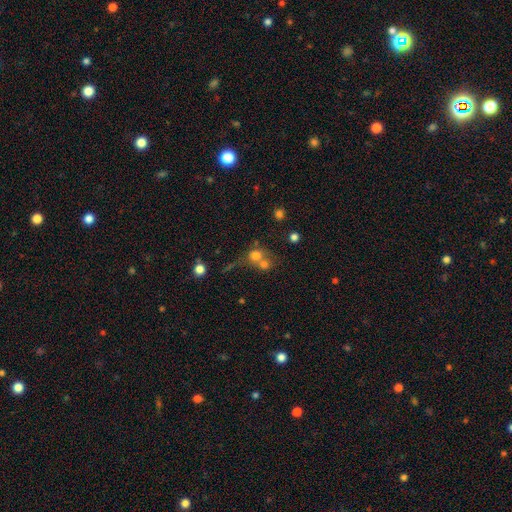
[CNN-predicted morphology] A smooth galaxy with no disk features (70%) that is round (80%).

Vote fractions:
- Smooth or featured? smooth: 70% / star or artifact: 15% / featured or disk: 15%
- How rounded? round: 80% / in between: 18% / cigar-shaped: 1%
- Merging? merger: 56% / none: 31% / minor disturbance: 7% / major disturbance: 6%